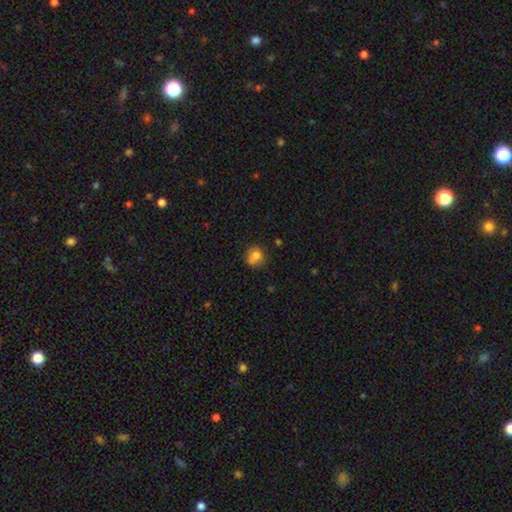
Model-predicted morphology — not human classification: This appears to be a smooth galaxy with no disk features (77%) that is round (82%). Merging: none (61%).